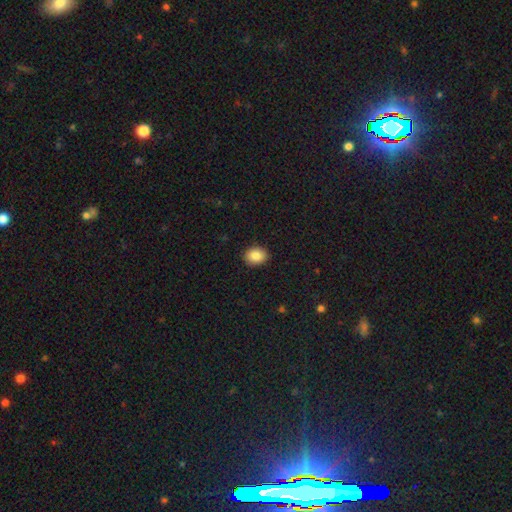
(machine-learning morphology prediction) A smooth galaxy with no disk features (87%) that is in between round and cigar-shaped (55%).

Vote fractions:
- Smooth or featured? smooth: 87% / star or artifact: 8% / featured or disk: 5%
- How rounded? in between: 55% / round: 44% / cigar-shaped: 1%
- Merging? none: 90% / minor disturbance: 7% / major disturbance: 2% / merger: 1%